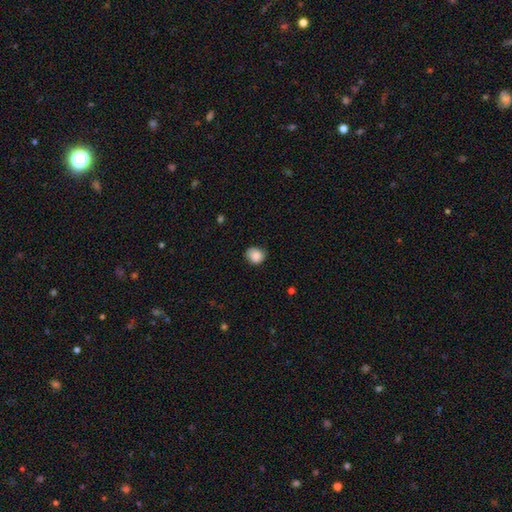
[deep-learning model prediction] Smooth or featured? smooth (87%)
How rounded? round (72%)
Merging? none (72%)